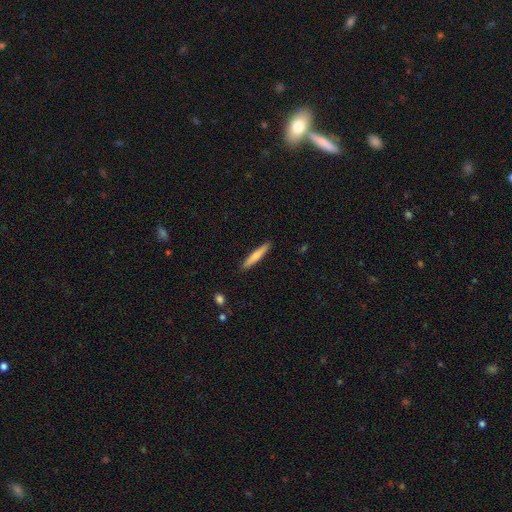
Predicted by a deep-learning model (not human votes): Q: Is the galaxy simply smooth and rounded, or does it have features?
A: smooth — 71%.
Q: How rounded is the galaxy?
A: cigar-shaped — 93%.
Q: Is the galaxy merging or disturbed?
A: none — 91%.